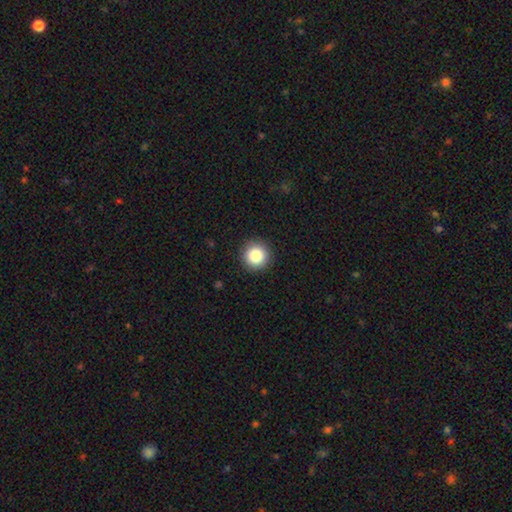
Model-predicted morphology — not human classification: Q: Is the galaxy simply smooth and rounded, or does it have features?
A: smooth — 86%.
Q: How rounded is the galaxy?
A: round — 96%.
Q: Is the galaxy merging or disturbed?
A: none — 92%.